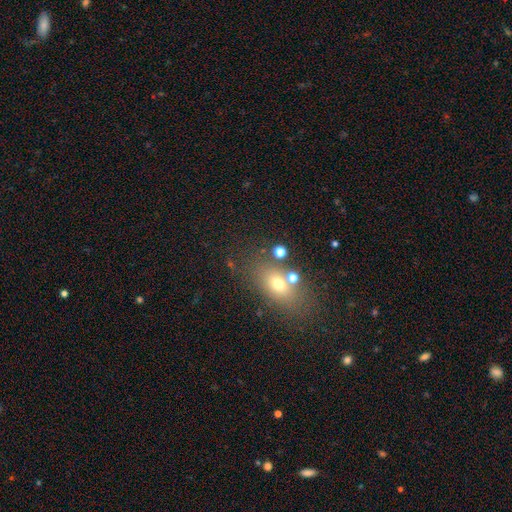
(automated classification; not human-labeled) Smooth or featured? smooth (55%)
How rounded? in between (65%)
Merging? none (66%)